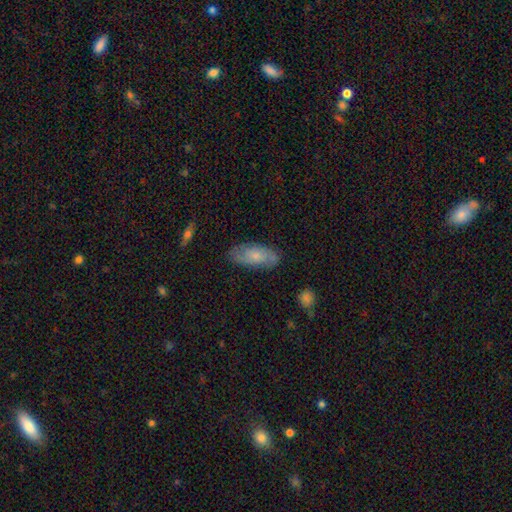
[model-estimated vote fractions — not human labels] The model was most divided on "smooth or featured": smooth: 59%, featured or disk: 35%, star or artifact: 7%. More confident: how rounded — in between (81%); merging — none (77%).